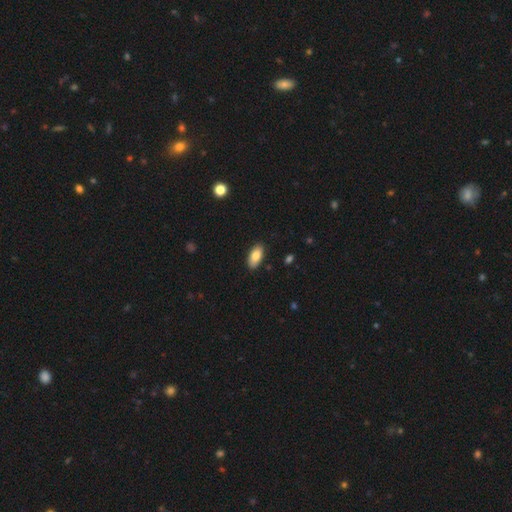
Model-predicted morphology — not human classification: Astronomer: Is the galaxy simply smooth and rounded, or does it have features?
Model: smooth — 83%.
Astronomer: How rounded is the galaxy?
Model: in between — 92%.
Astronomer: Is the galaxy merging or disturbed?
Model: none — 88%.